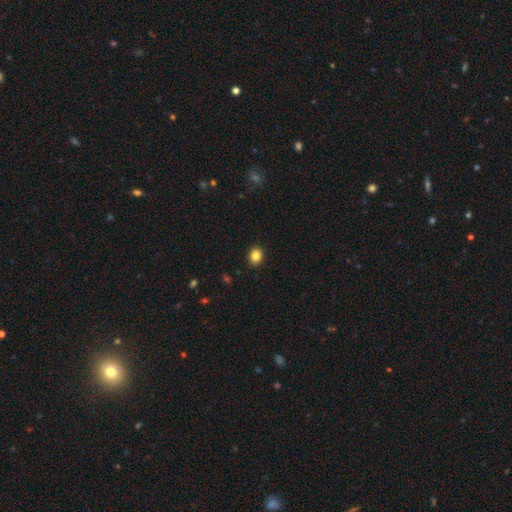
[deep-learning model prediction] Smooth or featured: smooth — 85% (star or artifact — 10%)
How rounded: round — 53% (in between — 46%)
Merging: none — 90% (minor disturbance — 8%)